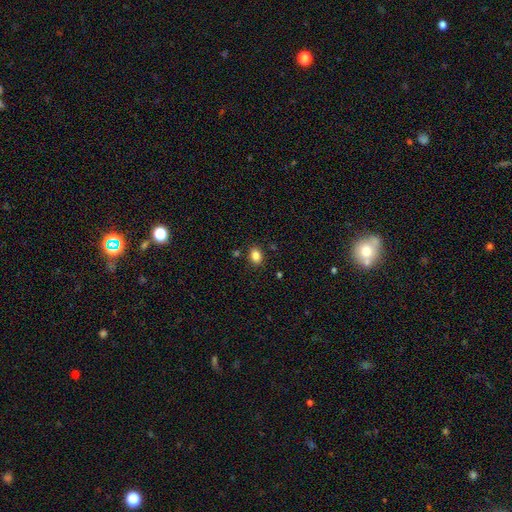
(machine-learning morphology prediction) This is clearly a smooth galaxy (84%). How rounded: likely in between (62%). Merging: clearly none (85%).